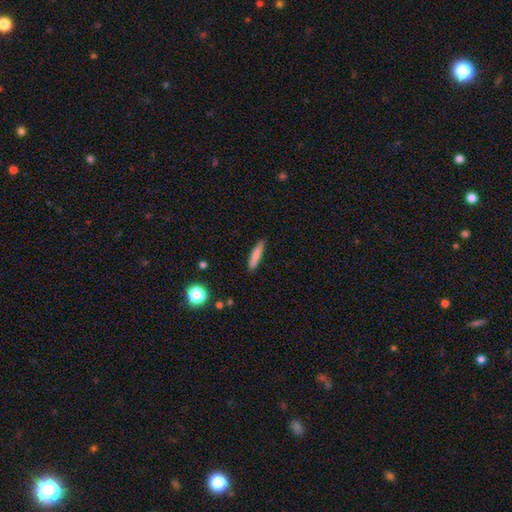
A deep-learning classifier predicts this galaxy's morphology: This is clearly a smooth galaxy (81%). How rounded: clearly cigar-shaped (87%). Merging: clearly none (87%).